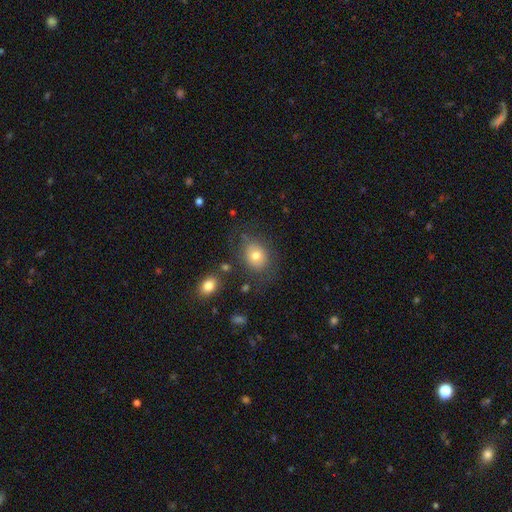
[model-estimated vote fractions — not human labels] A smooth galaxy with no disk features (73%) that is round (59%). Merging: none (69%).